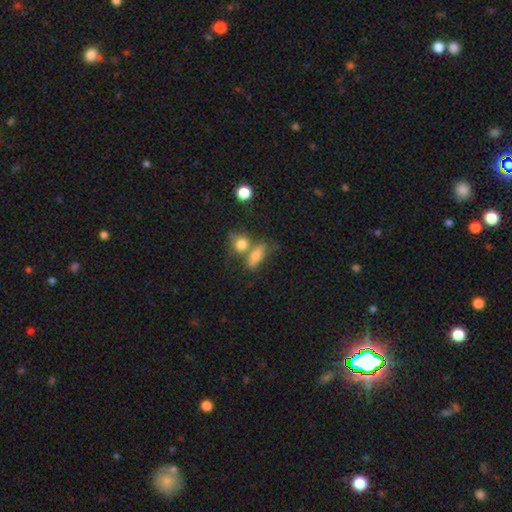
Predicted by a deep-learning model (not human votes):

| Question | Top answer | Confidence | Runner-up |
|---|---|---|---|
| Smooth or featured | smooth | 75% | featured or disk (16%) |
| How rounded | in between | 59% | cigar-shaped (24%) |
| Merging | none | 40% | merger (38%) |